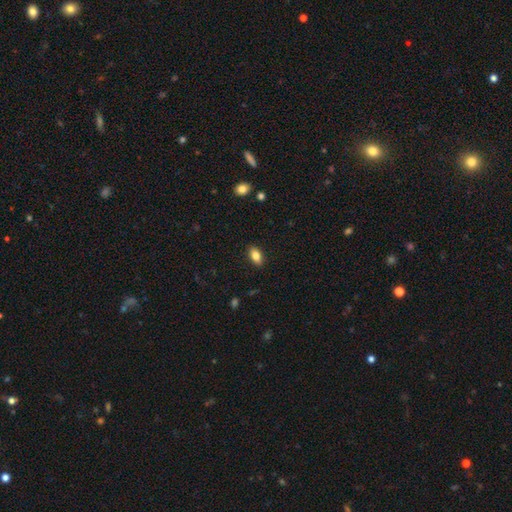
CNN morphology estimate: Smooth or featured?
  - smooth: 81% *
  - featured or disk: 11%
  - star or artifact: 8%
How rounded?
  - in between: 88% *
  - cigar-shaped: 6%
  - round: 5%
Merging?
  - none: 88% *
  - minor disturbance: 9%
  - major disturbance: 2%
  - merger: 1%